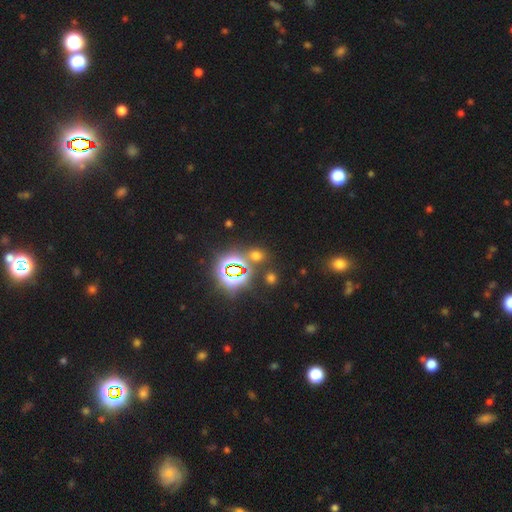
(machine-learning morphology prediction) Q: Smooth or featured?
A: star or artifact (52%); runner-up: smooth (42%)